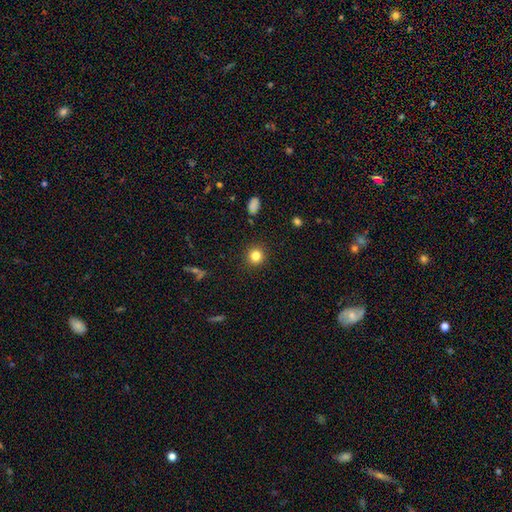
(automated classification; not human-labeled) smooth_or_featured: smooth (p=0.82) [alt: star or artifact p=0.12]
how_rounded: round (p=0.92) [alt: in between p=0.07]
merging: none (p=0.91) [alt: minor disturbance p=0.06]